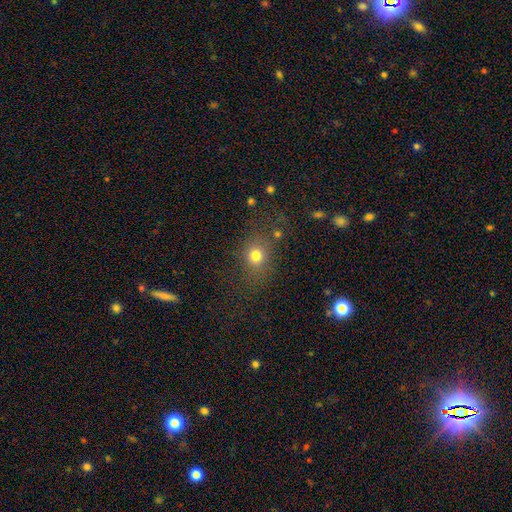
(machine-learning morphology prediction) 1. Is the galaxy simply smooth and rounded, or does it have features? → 74% smooth, 17% star or artifact, 10% featured or disk.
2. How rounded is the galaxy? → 66% round, 32% in between, 2% cigar-shaped.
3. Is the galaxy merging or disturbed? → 70% none, 14% minor disturbance, 10% major disturbance, 6% merger.